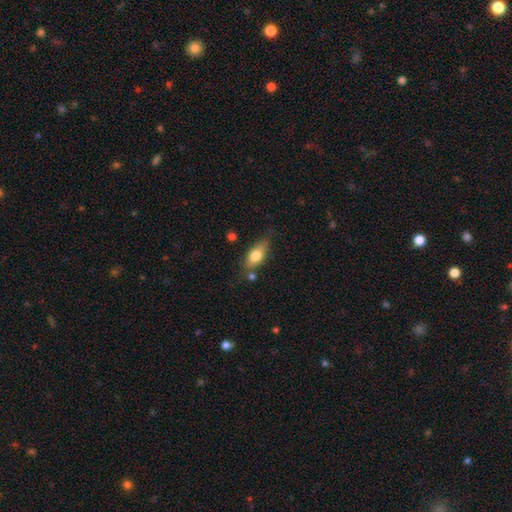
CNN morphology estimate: Smooth or featured? Predicted: smooth (p=0.74). How rounded? Predicted: in between (p=0.81). Merging? Predicted: none (p=0.65).